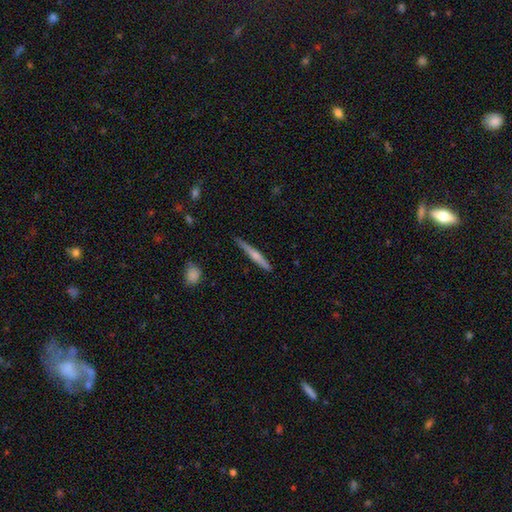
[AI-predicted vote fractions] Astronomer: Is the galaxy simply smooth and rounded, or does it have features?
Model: featured or disk — 49% (runner-up: smooth, 45%).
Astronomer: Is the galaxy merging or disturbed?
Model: none — 85%.